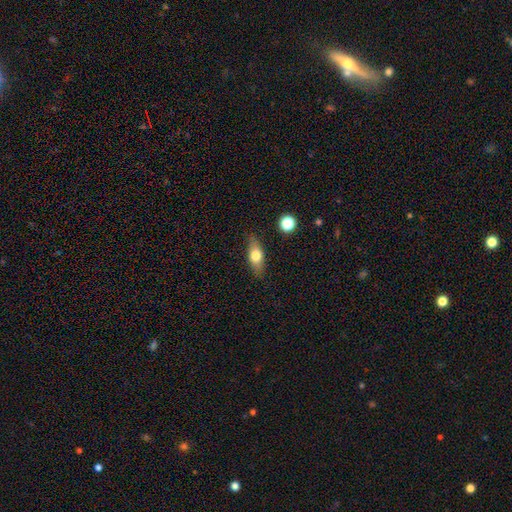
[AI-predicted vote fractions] Morphology: type=smooth (66%); roundness=in between (69%); merging=none (83%).